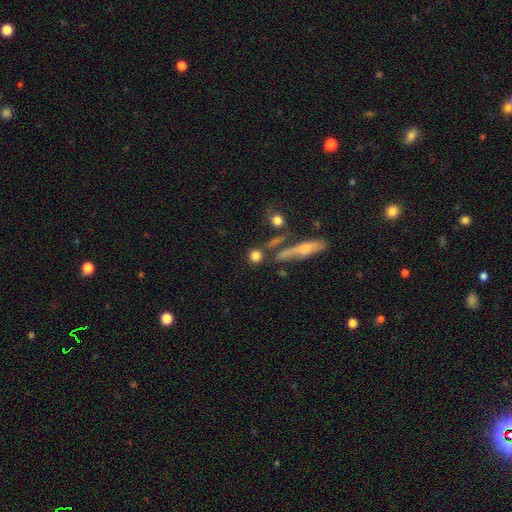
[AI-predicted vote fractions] Smooth or featured? Predicted: smooth (p=0.78). How rounded? Predicted: round (p=0.77). Merging? Predicted: none (p=0.71).